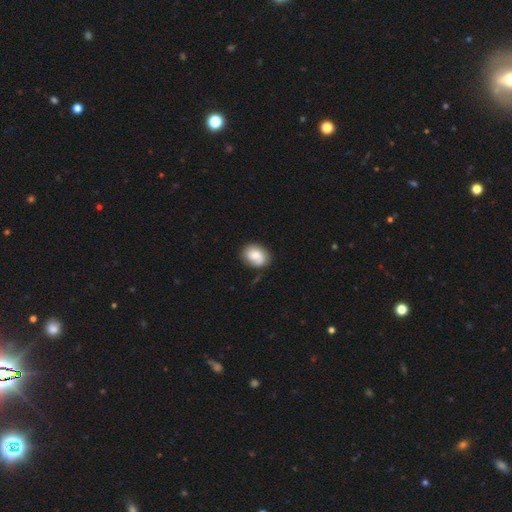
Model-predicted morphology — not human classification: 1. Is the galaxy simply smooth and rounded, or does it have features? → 67% smooth, 26% featured or disk, 7% star or artifact.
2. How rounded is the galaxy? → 58% in between, 41% round, 1% cigar-shaped.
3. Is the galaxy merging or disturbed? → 71% none, 21% minor disturbance, 5% major disturbance, 3% merger.